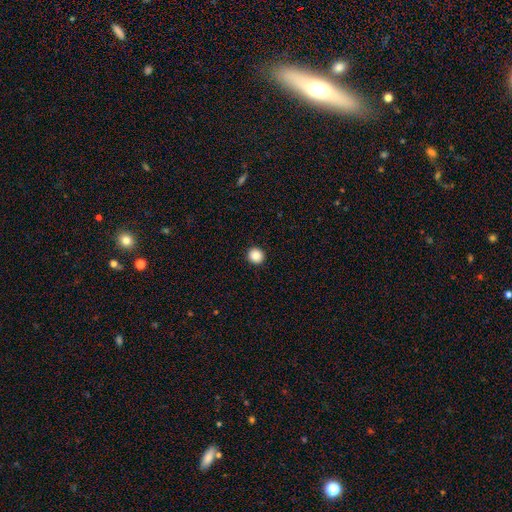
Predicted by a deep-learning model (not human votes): smooth_or_featured: smooth (p=0.87) [alt: star or artifact p=0.10]
how_rounded: round (p=0.93) [alt: in between p=0.06]
merging: none (p=0.93) [alt: minor disturbance p=0.04]